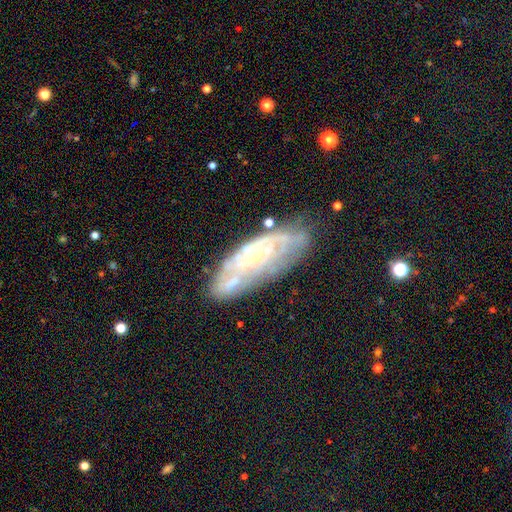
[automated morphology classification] smooth_or_featured: featured or disk (p=0.66) [alt: smooth p=0.21]
disk_edge_on: no (p=0.79) [alt: yes p=0.21]
bar: no (p=0.73) [alt: weak p=0.20]
has_spiral_arms: yes (p=0.71) [alt: no p=0.29]
bulge_size: small (p=0.79) [alt: moderate p=0.13]
merging: none (p=0.72) [alt: minor disturbance p=0.18]